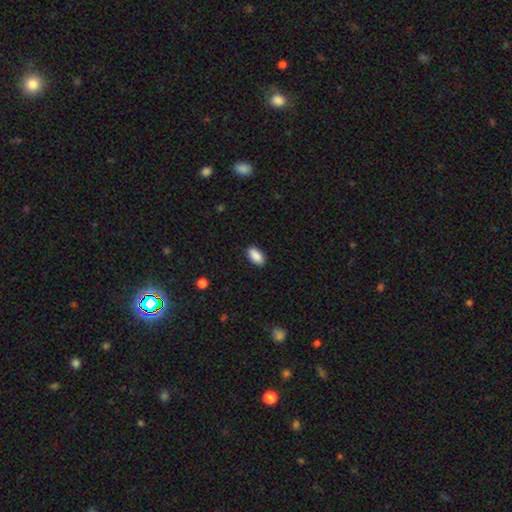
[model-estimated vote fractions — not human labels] Smooth or featured?
  - smooth: 90% *
  - star or artifact: 7%
  - featured or disk: 3%
How rounded?
  - in between: 94% *
  - round: 3%
  - cigar-shaped: 3%
Merging?
  - none: 88% *
  - minor disturbance: 9%
  - major disturbance: 2%
  - merger: 1%